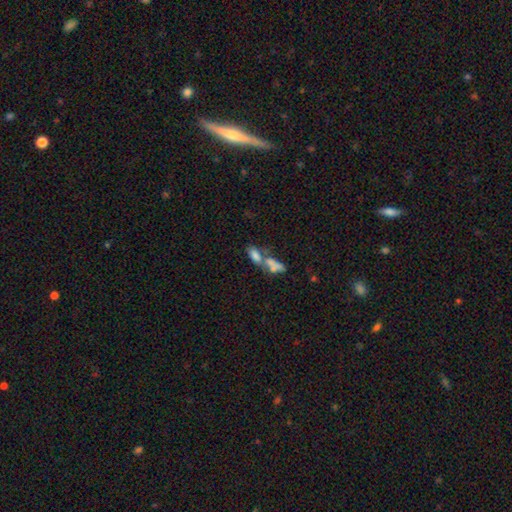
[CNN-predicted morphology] A smooth galaxy with no disk features (69%) that is in between round and cigar-shaped (80%).

Vote fractions:
- Smooth or featured? smooth: 69% / featured or disk: 20% / star or artifact: 11%
- How rounded? in between: 80% / cigar-shaped: 16% / round: 4%
- Merging? merger: 64% / none: 21% / minor disturbance: 8% / major disturbance: 7%